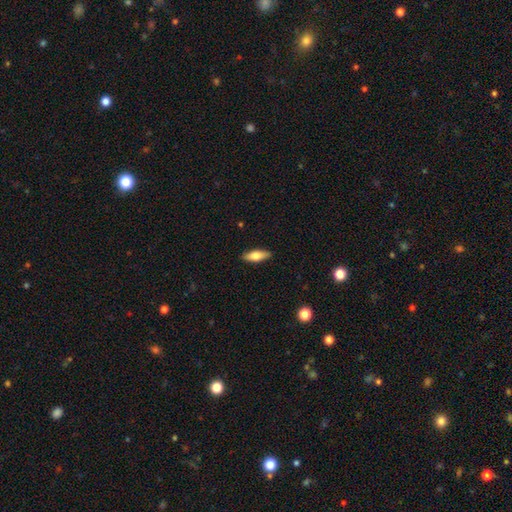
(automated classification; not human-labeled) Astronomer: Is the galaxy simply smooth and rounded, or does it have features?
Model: smooth — 68%.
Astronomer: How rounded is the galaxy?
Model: in between — 58% (runner-up: cigar-shaped, 39%).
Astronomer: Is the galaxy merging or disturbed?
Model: none — 89%.